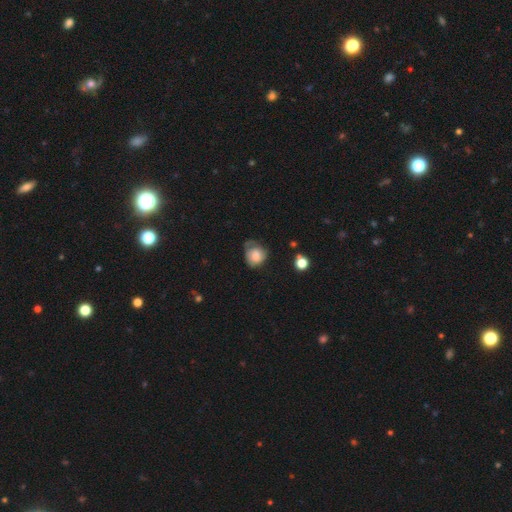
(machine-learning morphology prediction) type=smooth (74%); roundness=round (65%); merging=minor disturbance (38%, tied with none).